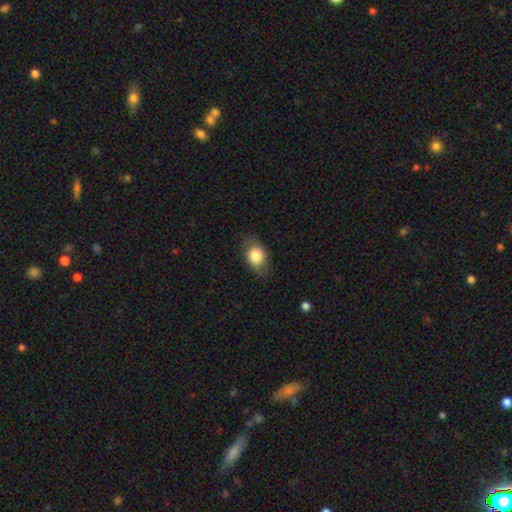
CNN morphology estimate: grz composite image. It shows a smooth galaxy with no disk features (78%) that is in between round and cigar-shaped (67%). Merging: none (78%).